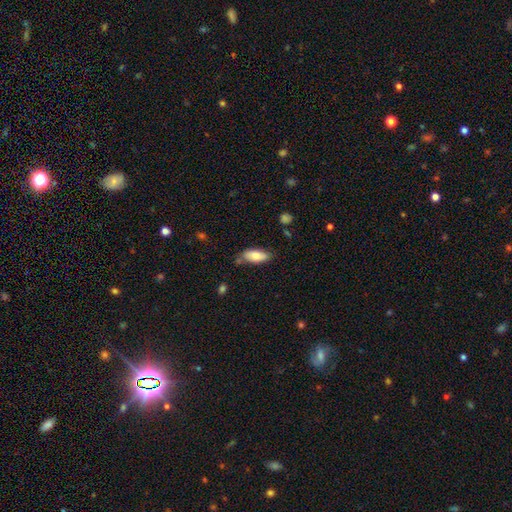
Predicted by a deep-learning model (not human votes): Overall: smooth (79%). How rounded: in between (84%). Merging: none (70%).